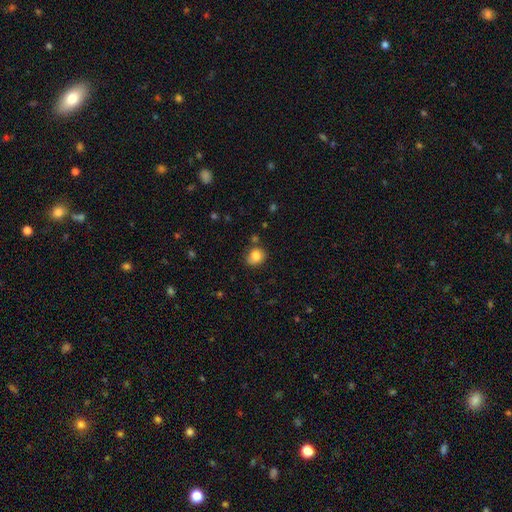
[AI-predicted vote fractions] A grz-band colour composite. It shows a smooth galaxy with no disk features (84%) that is round (62%). Merging: none (72%).